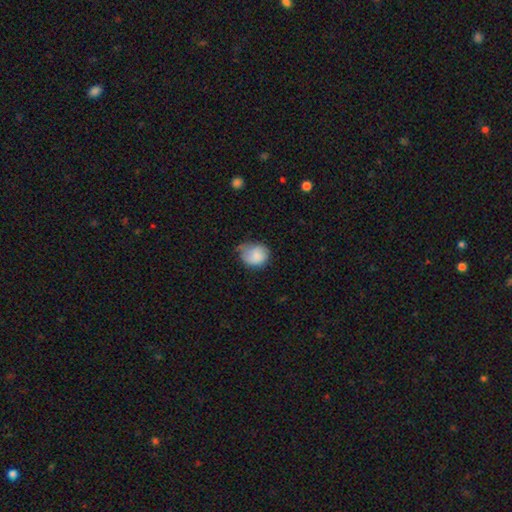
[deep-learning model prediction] Q: Smooth or featured?
A: smooth (77%); runner-up: featured or disk (15%)
Q: How rounded?
A: round (57%); runner-up: in between (42%)
Q: Merging?
A: minor disturbance (44%); runner-up: none (33%)